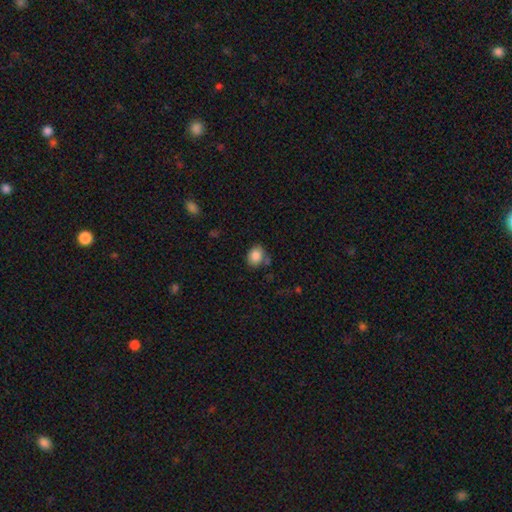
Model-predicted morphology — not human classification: This is clearly a smooth galaxy (86%). How rounded: possibly in between (50%). Merging: likely none (67%).